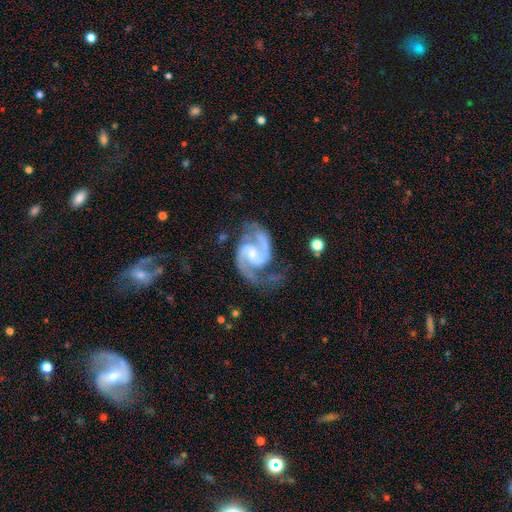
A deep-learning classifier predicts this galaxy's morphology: featured or disk 93%, star or artifact 4%, smooth 2%. Down the decision tree: edge-on disk — no (98%); bar — weak (46%); spiral arms — yes (99%); spiral arm count — 2 (94%); spiral winding — medium (64%); bulge size — small (51%); merging — none (71%).